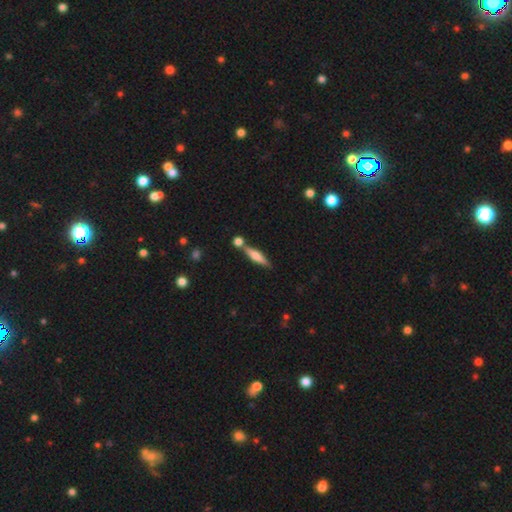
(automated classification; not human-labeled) A smooth galaxy with no disk features (49%). Merging: none (67%).